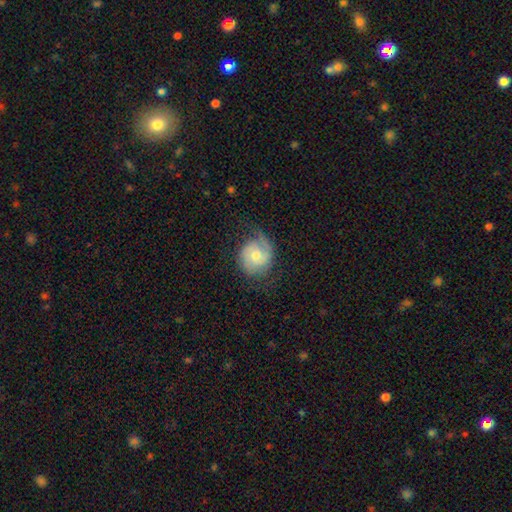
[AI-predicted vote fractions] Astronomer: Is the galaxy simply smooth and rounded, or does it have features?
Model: featured or disk — 67%.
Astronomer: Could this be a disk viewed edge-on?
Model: no — 98%.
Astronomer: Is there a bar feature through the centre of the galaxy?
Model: no — 66%.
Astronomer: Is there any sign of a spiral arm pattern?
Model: yes — 92%.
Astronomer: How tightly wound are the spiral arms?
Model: tight — 41% (runner-up: medium, 40%).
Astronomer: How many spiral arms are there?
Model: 2 — 67%.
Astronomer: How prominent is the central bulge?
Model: moderate — 60%.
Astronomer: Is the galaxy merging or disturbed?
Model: none — 62%.